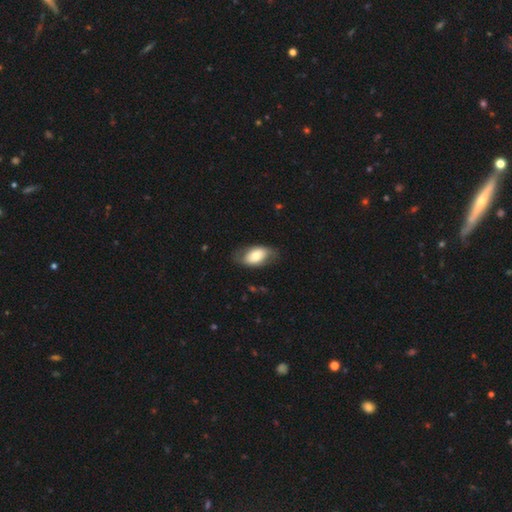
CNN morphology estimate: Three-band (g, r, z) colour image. It shows a smooth galaxy with no disk features (65%) that is in between round and cigar-shaped (91%). Merging: none (70%).